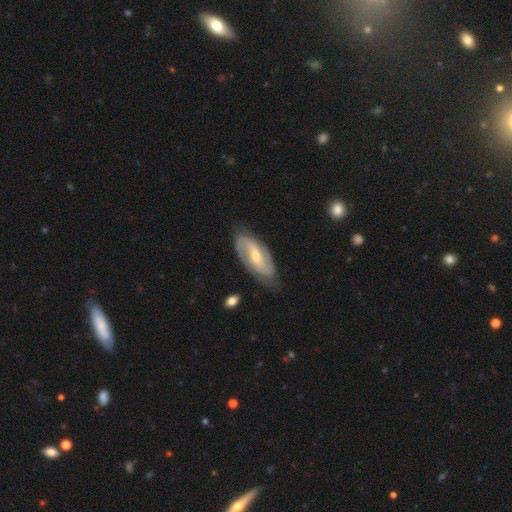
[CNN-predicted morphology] featured or disk 85%, smooth 11%, star or artifact 4%. Down the decision tree: edge-on disk — no (94%); bar — strong (37%, tied with weak); spiral arms — yes (95%); spiral arm count — 2 (88%); spiral winding — medium (45%); bulge size — small (52%); merging — none (79%).